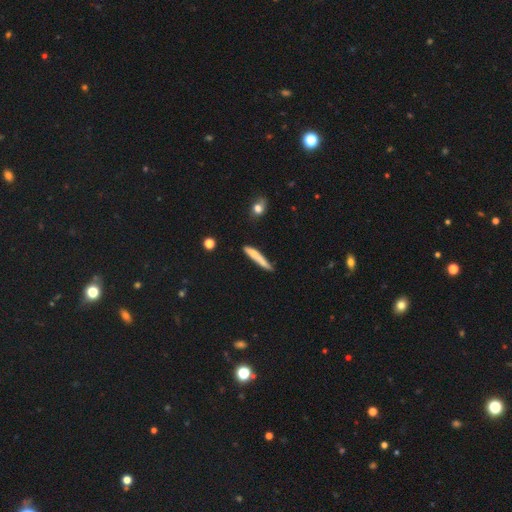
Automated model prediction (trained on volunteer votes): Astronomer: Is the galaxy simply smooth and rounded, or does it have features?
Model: smooth — 66%.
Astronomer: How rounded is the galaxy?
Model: cigar-shaped — 94%.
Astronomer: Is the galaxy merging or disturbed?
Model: none — 68%.